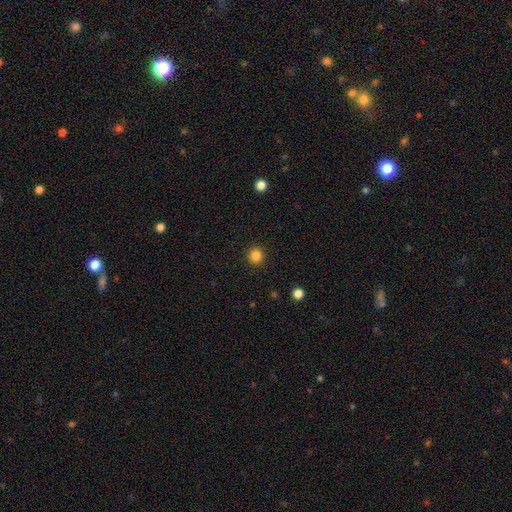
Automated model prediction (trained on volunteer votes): smooth 84%, star or artifact 12%, featured or disk 4%. Down the decision tree: how rounded — round (92%); merging — none (92%).